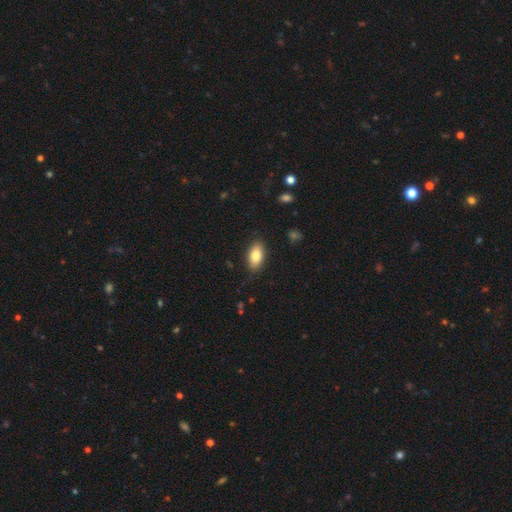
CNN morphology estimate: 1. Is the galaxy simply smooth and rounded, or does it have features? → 82% smooth, 11% featured or disk, 7% star or artifact.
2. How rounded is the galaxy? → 91% in between, 4% cigar-shaped, 4% round.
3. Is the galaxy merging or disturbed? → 86% none, 11% minor disturbance, 2% major disturbance, 1% merger.